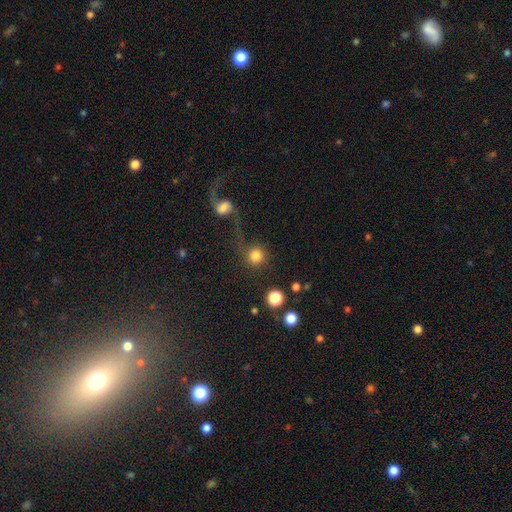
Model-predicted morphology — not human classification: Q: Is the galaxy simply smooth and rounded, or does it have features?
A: smooth — 82%.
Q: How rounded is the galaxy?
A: round — 94%.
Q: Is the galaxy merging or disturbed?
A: none — 61%.